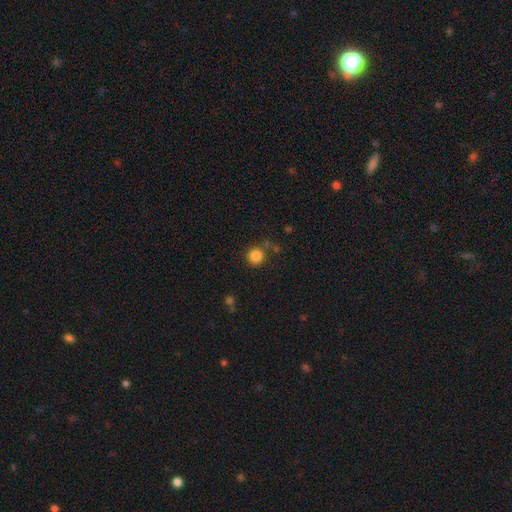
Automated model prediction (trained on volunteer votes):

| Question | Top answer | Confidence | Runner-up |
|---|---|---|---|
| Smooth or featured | smooth | 85% | star or artifact (11%) |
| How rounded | round | 93% | in between (6%) |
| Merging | none | 80% | minor disturbance (10%) |